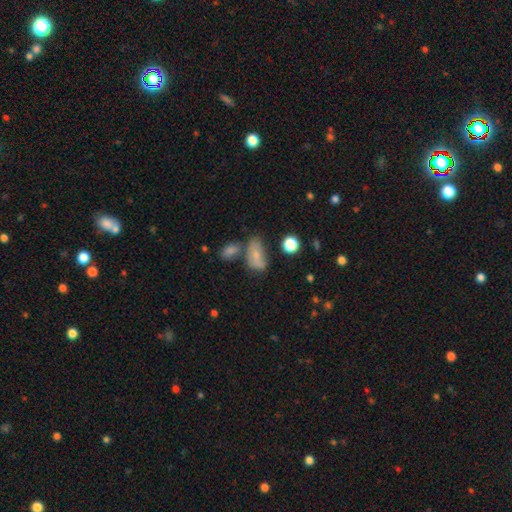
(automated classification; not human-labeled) Smooth or featured: smooth — 65% (featured or disk — 23%)
How rounded: in between — 85% (round — 11%)
Merging: none — 39% (minor disturbance — 25%)